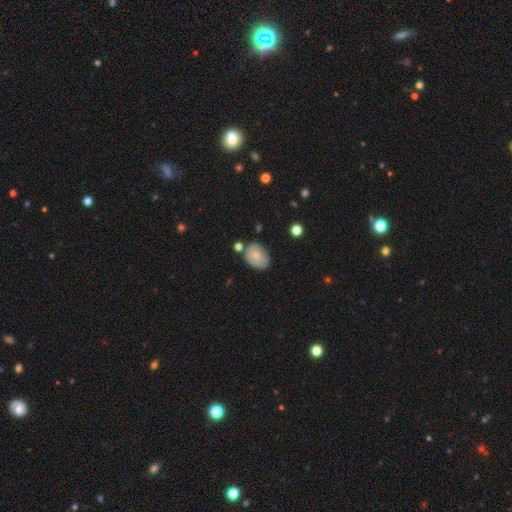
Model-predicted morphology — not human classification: smooth-or-featured: smooth: 75% | featured or disk: 17% | star or artifact: 8%
  how-rounded: in between: 70% | round: 29% | cigar-shaped: 1%
  merging: none: 64% | minor disturbance: 24% | merger: 7% | major disturbance: 5%